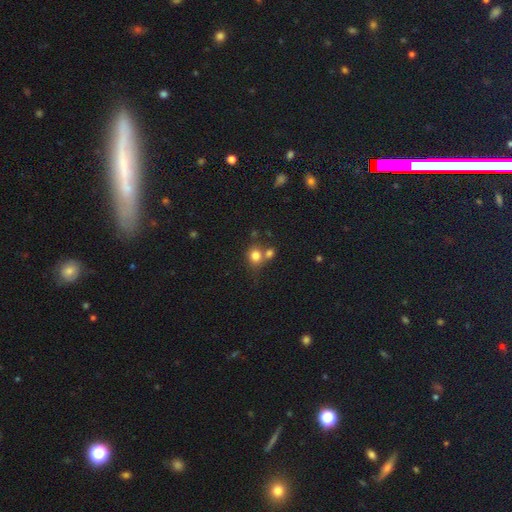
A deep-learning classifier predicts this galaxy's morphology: Smooth or featured? smooth (78%)
How rounded? round (69%)
Merging? none (49%)